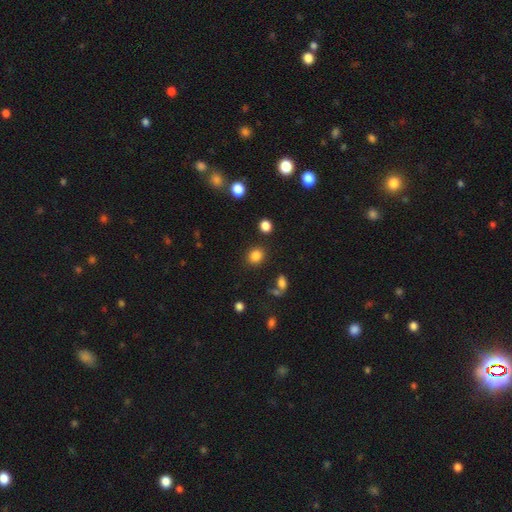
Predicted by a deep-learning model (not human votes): Smooth or featured: smooth — 84% (star or artifact — 12%)
How rounded: round — 70% (in between — 29%)
Merging: none — 86% (minor disturbance — 8%)